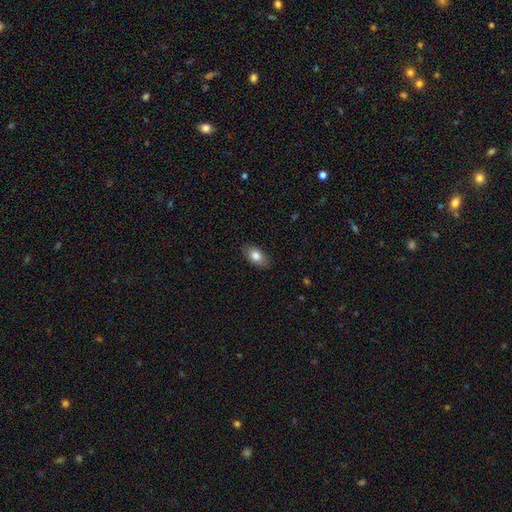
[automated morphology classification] The model was most divided on "smooth or featured": smooth: 82%, featured or disk: 11%, star or artifact: 7%. More confident: how rounded — in between (91%); merging — none (86%).